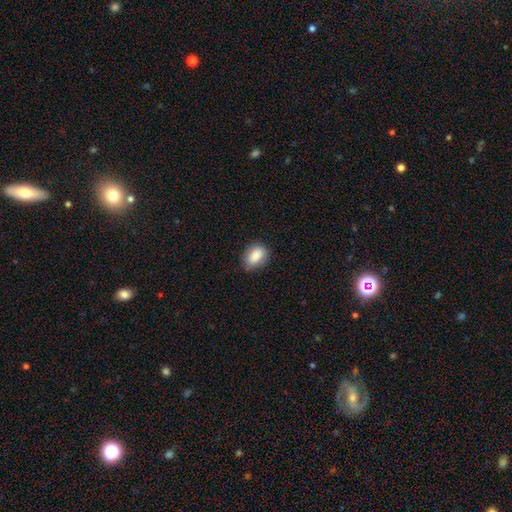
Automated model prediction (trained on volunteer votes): Smooth or featured? Predicted: smooth (p=0.85). How rounded? Predicted: in between (p=0.78). Merging? Predicted: none (p=0.81).